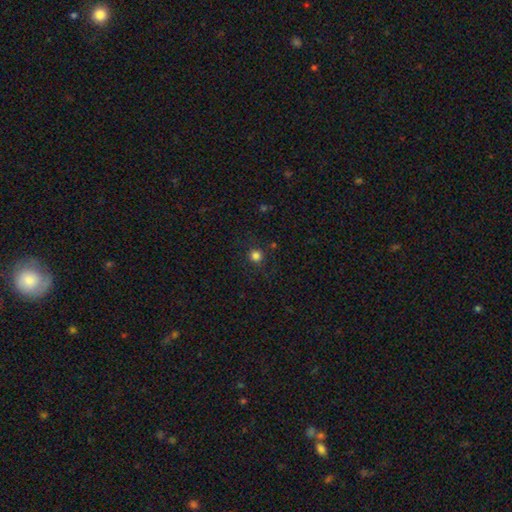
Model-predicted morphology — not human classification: Q: Smooth or featured?
A: smooth (82%); runner-up: star or artifact (14%)
Q: How rounded?
A: round (94%); runner-up: in between (5%)
Q: Merging?
A: none (88%); runner-up: minor disturbance (7%)